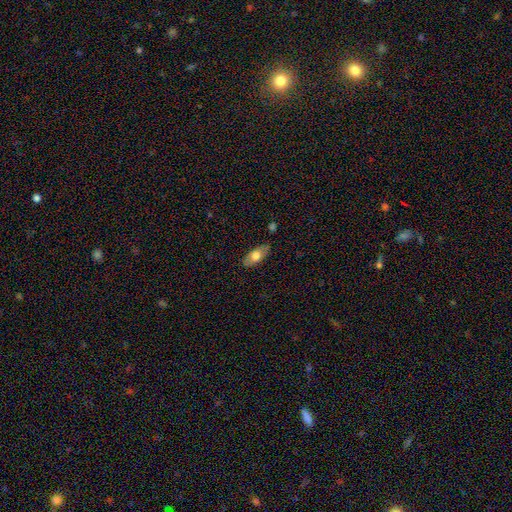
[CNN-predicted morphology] Q: Smooth or featured?
A: smooth (70%); runner-up: featured or disk (24%)
Q: How rounded?
A: in between (85%); runner-up: cigar-shaped (12%)
Q: Merging?
A: none (81%); runner-up: minor disturbance (15%)